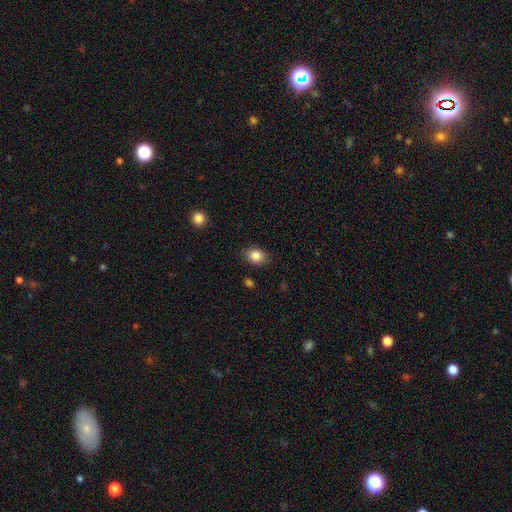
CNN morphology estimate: This is clearly a smooth galaxy (86%). How rounded: likely in between (61%). Merging: clearly none (82%).